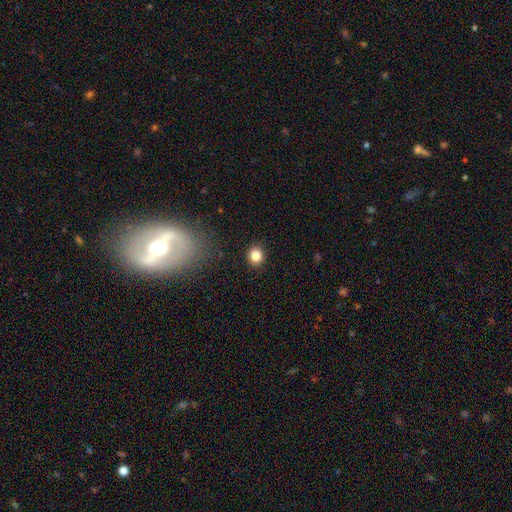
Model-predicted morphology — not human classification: Q: Smooth or featured?
A: smooth (84%); runner-up: star or artifact (11%)
Q: How rounded?
A: round (81%); runner-up: in between (18%)
Q: Merging?
A: none (91%); runner-up: minor disturbance (6%)